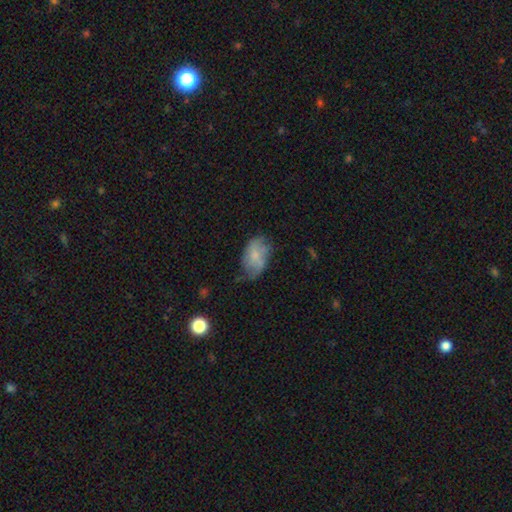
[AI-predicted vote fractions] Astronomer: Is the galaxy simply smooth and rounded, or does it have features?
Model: smooth — 58% (runner-up: featured or disk, 34%).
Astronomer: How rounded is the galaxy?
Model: in between — 89%.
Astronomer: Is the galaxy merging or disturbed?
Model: none — 49% (runner-up: minor disturbance, 35%).